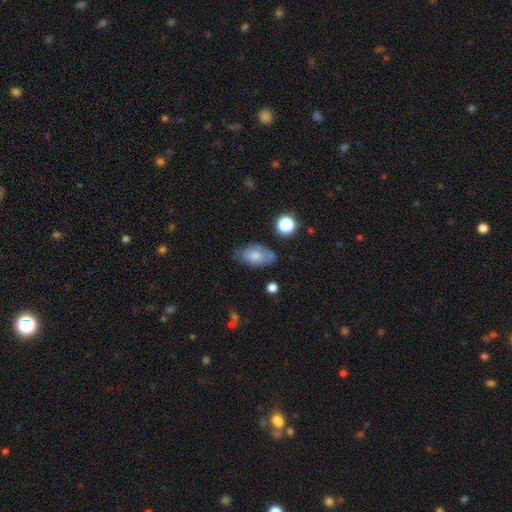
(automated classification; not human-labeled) Morphology: type=smooth (70%); roundness=in between (90%); merging=none (57%).